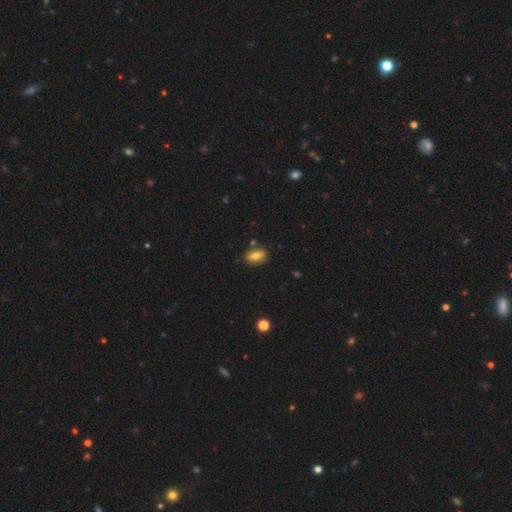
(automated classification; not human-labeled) This appears to be a smooth galaxy with no disk features (73%) that is in between round and cigar-shaped (84%). Merging: none (79%).